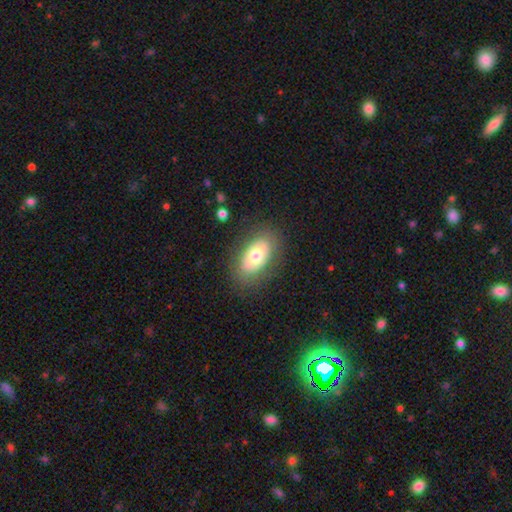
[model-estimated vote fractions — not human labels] smooth_or_featured: smooth (p=0.60) [alt: featured or disk p=0.33]
how_rounded: in between (p=0.90) [alt: round p=0.08]
merging: none (p=0.81) [alt: minor disturbance p=0.13]